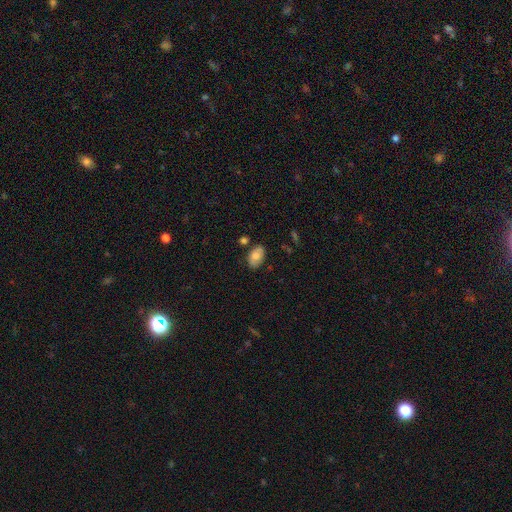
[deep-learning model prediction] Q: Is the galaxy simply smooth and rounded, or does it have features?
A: smooth — 73%.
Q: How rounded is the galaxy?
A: in between — 91%.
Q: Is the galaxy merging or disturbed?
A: none — 80%.